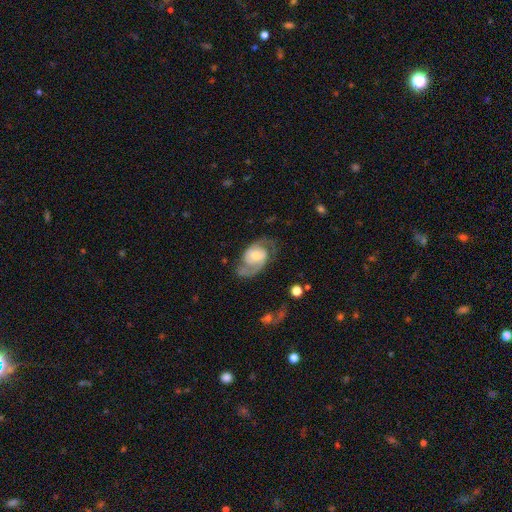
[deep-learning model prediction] smooth_or_featured: featured or disk (p=0.83) [alt: smooth p=0.12]
disk_edge_on: no (p=0.97) [alt: yes p=0.03]
bar: no (p=0.55) [alt: weak p=0.36]
has_spiral_arms: yes (p=0.94) [alt: no p=0.06]
spiral_winding: medium (p=0.50) [alt: tight p=0.30]
spiral_arm_count: 2 (p=0.86) [alt: can't tell p=0.06]
bulge_size: moderate (p=0.46) [alt: small p=0.40]
merging: none (p=0.65) [alt: minor disturbance p=0.19]